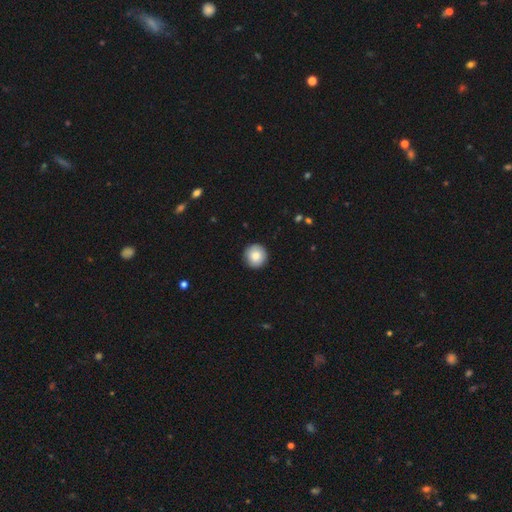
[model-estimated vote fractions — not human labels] Smooth or featured: smooth — 84% (featured or disk — 9%)
How rounded: round — 95% (in between — 4%)
Merging: none — 92% (minor disturbance — 6%)